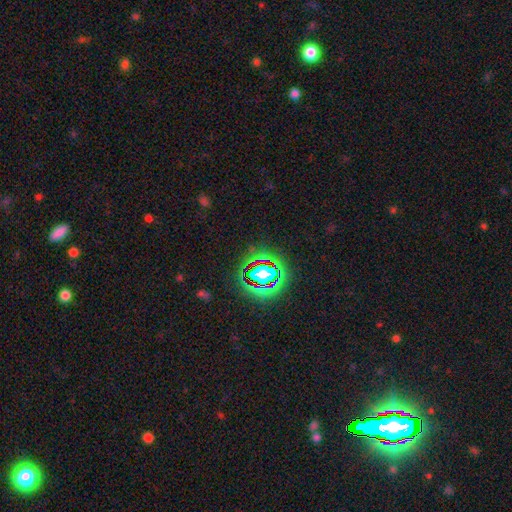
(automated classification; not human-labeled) Q: Smooth or featured?
A: star or artifact (77%); runner-up: smooth (15%)